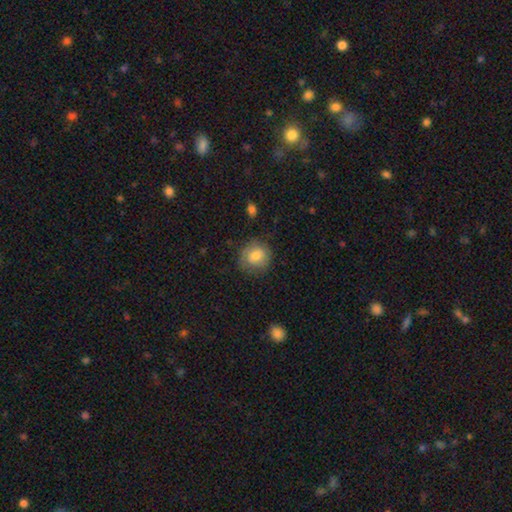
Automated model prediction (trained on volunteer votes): Morphology: type=smooth (73%); roundness=round (84%); merging=none (75%).